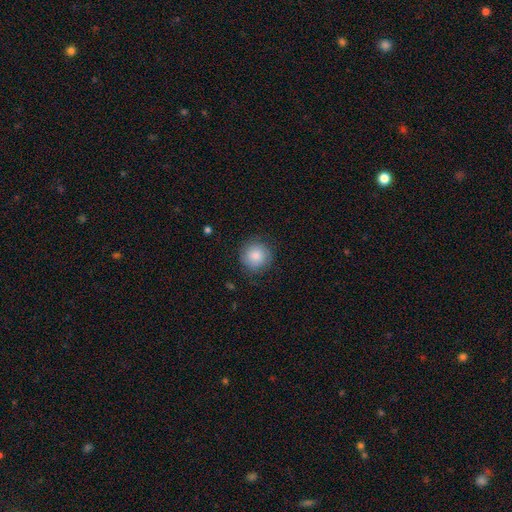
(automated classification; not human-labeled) A smooth galaxy with no disk features (82%) that is round (94%).

Vote fractions:
- Smooth or featured? smooth: 82% / featured or disk: 10% / star or artifact: 8%
- How rounded? round: 94% / in between: 5% / cigar-shaped: 1%
- Merging? none: 83% / minor disturbance: 12% / major disturbance: 4% / merger: 1%